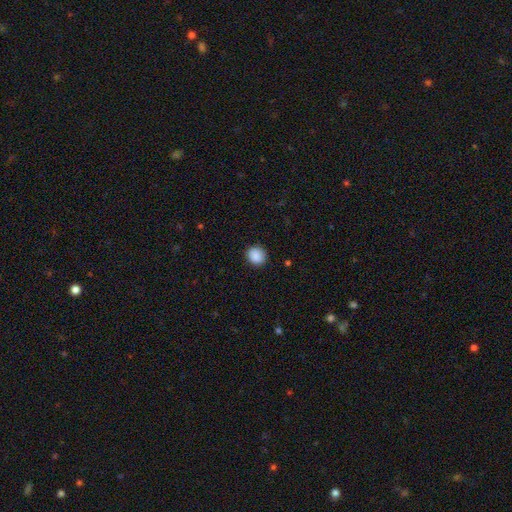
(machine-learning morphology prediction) smooth_or_featured: smooth (p=0.89) [alt: star or artifact p=0.08]
how_rounded: round (p=0.79) [alt: in between p=0.20]
merging: none (p=0.89) [alt: minor disturbance p=0.08]